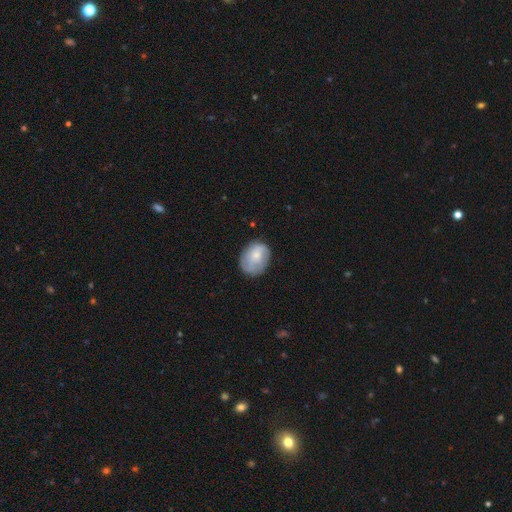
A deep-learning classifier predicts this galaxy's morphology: Smooth or featured?
  - smooth: 68% *
  - featured or disk: 25%
  - star or artifact: 7%
How rounded?
  - in between: 55% *
  - round: 44%
  - cigar-shaped: 1%
Merging?
  - none: 69% *
  - minor disturbance: 23%
  - major disturbance: 7%
  - merger: 1%